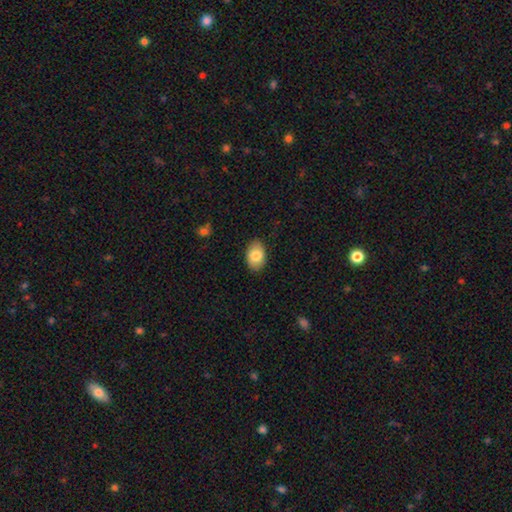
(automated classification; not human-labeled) Morphology: type=smooth (83%); roundness=in between (88%); merging=none (87%).